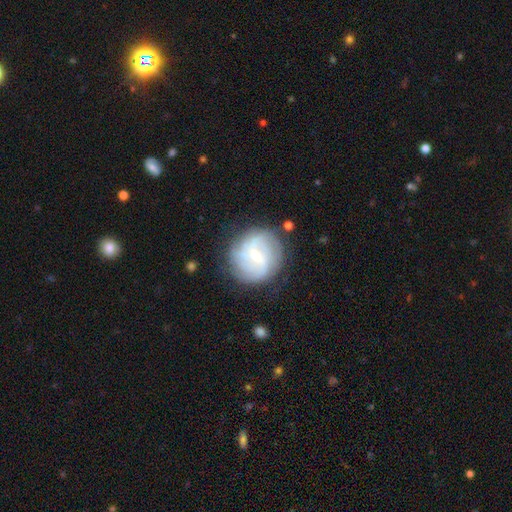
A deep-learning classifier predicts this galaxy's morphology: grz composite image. It shows a featured or disk galaxy (70%) with a weak bar (52%), 2 (36%) medium (38%) spiral arms (85%) and a small central bulge (71%). Merging: none (77%).